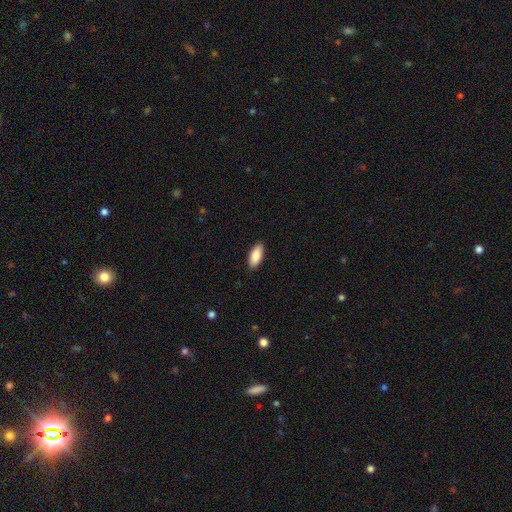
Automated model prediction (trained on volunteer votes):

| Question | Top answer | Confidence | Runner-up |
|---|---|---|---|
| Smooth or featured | smooth | 88% | featured or disk (6%) |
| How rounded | in between | 87% | cigar-shaped (12%) |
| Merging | none | 90% | minor disturbance (8%) |